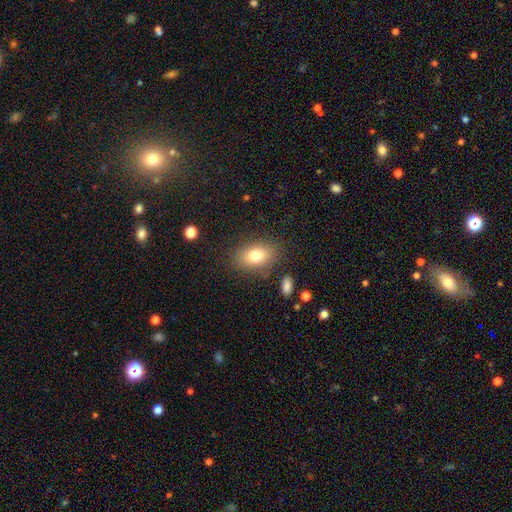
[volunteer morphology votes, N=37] Q: Smooth or featured?
A: smooth (76%); runner-up: featured or disk (19%)
Q: How rounded?
A: in between (89%); runner-up: round (11%)
Q: Merging?
A: none (89%); runner-up: minor disturbance (11%)